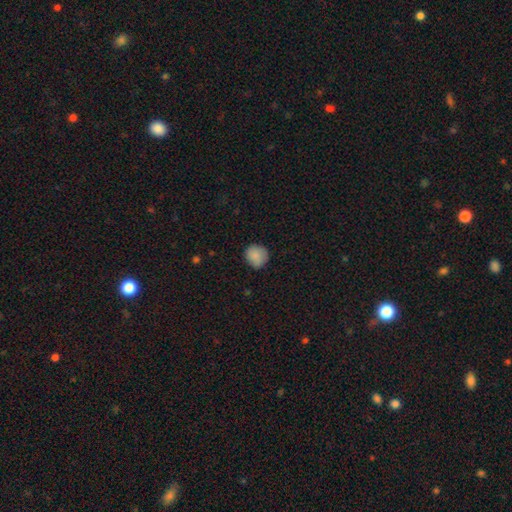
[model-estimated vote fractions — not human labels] A smooth galaxy with no disk features (87%) that is round (89%).

Vote fractions:
- Smooth or featured? smooth: 87% / star or artifact: 8% / featured or disk: 5%
- How rounded? round: 89% / in between: 10% / cigar-shaped: 1%
- Merging? none: 81% / minor disturbance: 16% / major disturbance: 3% / merger: 1%